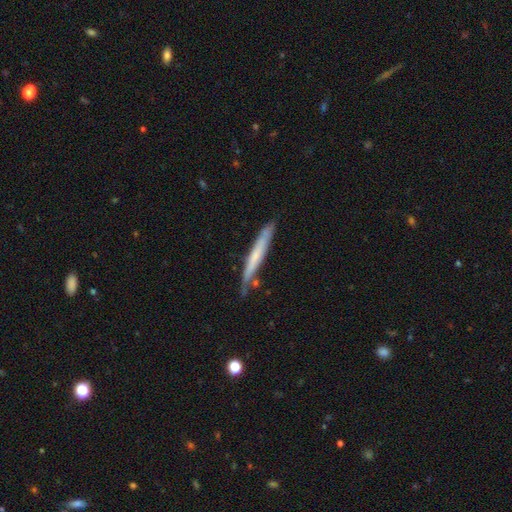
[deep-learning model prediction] The model was most divided on "smooth or featured": smooth: 50%, featured or disk: 44%, star or artifact: 6%. More confident: merging — none (76%).